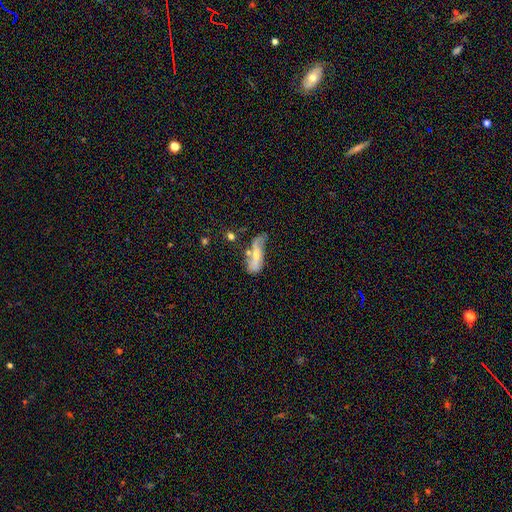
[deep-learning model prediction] Q: Smooth or featured?
A: smooth (48%); runner-up: featured or disk (44%)
Q: Merging?
A: none (31%); runner-up: minor disturbance (29%)